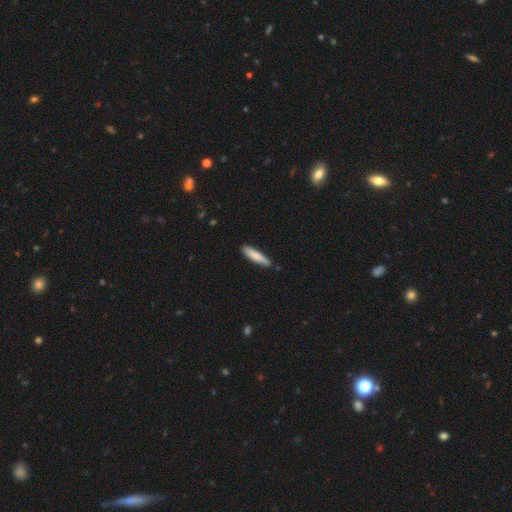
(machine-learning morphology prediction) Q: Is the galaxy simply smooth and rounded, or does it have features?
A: smooth — 78%.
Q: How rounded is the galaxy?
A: cigar-shaped — 84%.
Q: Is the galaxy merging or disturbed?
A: none — 85%.